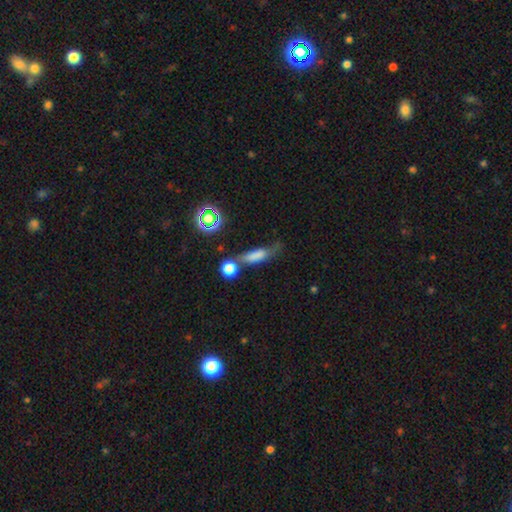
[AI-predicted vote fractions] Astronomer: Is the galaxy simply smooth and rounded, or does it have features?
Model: smooth — 67%.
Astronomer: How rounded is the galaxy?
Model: cigar-shaped — 55% (runner-up: in between, 37%).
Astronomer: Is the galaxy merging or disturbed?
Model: none — 42% (runner-up: minor disturbance, 22%).